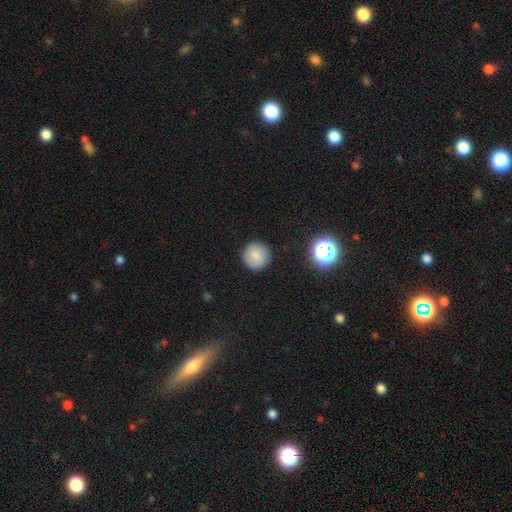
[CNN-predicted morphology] A smooth galaxy with no disk features (83%) that is round (95%).

Vote fractions:
- Smooth or featured? smooth: 83% / star or artifact: 10% / featured or disk: 7%
- How rounded? round: 95% / in between: 4% / cigar-shaped: 1%
- Merging? none: 90% / minor disturbance: 7% / major disturbance: 2% / merger: 1%